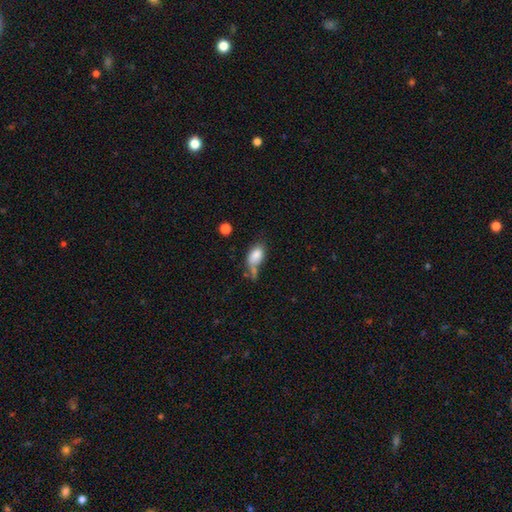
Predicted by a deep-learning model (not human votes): Q: Smooth or featured?
A: smooth (82%); runner-up: featured or disk (10%)
Q: How rounded?
A: in between (89%); runner-up: round (8%)
Q: Merging?
A: none (36%); runner-up: minor disturbance (25%)